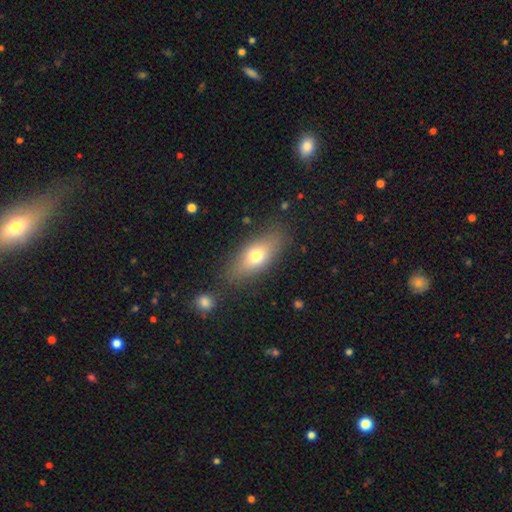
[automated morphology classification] Smooth or featured: smooth — 69% (featured or disk — 23%)
How rounded: in between — 75% (cigar-shaped — 20%)
Merging: none — 80% (minor disturbance — 13%)